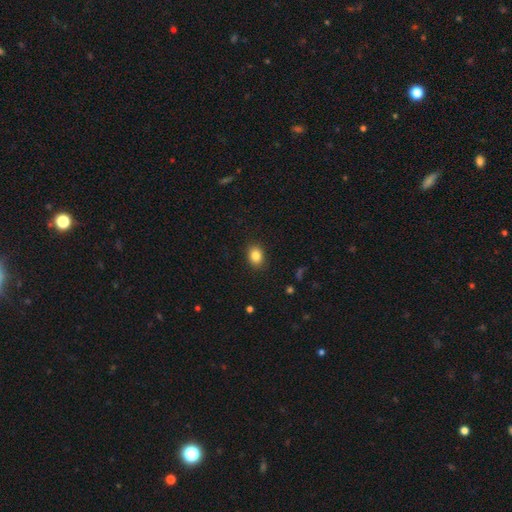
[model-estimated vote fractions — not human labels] Q: Smooth or featured?
A: smooth (84%); runner-up: star or artifact (9%)
Q: How rounded?
A: in between (61%); runner-up: round (38%)
Q: Merging?
A: none (88%); runner-up: minor disturbance (9%)